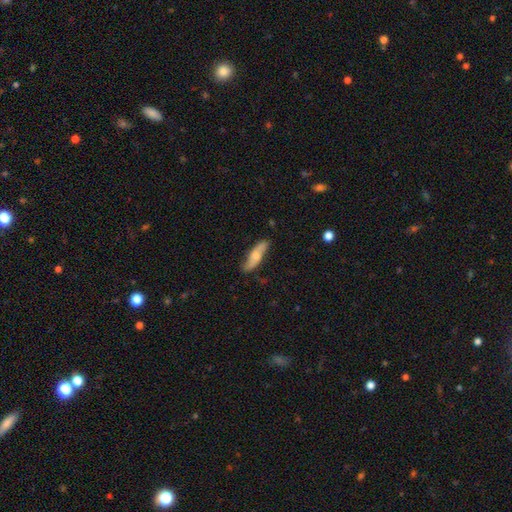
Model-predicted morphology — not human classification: Smooth or featured?
  - smooth: 60% *
  - featured or disk: 34%
  - star or artifact: 6%
How rounded?
  - cigar-shaped: 66% *
  - in between: 32%
  - round: 2%
Merging?
  - none: 78% *
  - minor disturbance: 17%
  - major disturbance: 3%
  - merger: 2%